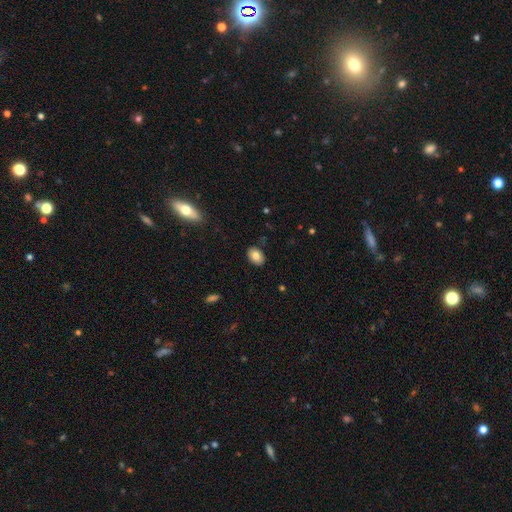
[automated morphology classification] Smooth or featured? Predicted: smooth (p=0.80). How rounded? Predicted: in between (p=0.79). Merging? Predicted: none (p=0.88).